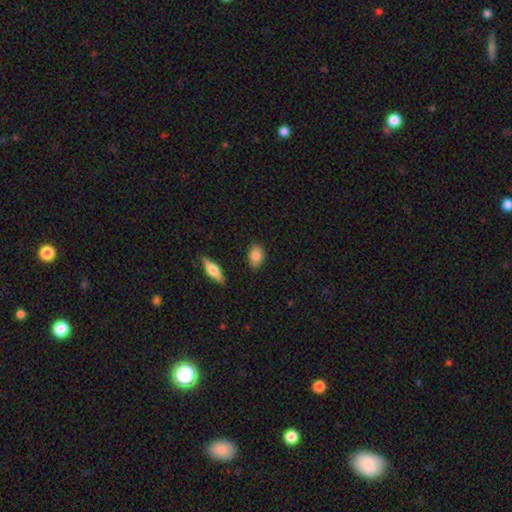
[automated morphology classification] smooth 81%, featured or disk 12%, star or artifact 7%. Down the decision tree: how rounded — in between (83%); merging — none (85%).